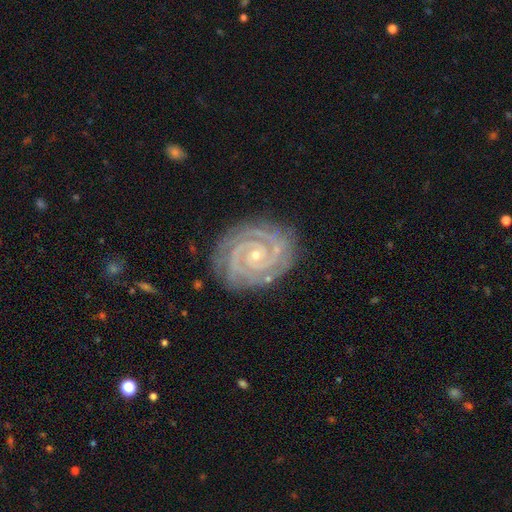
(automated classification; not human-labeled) Overall: featured or disk (93%). Edge-on disk: no (98%). Bar: no (70%). Spiral arms: yes (99%). Spiral arm count: 2 (70%). Spiral winding: tight (85%). Bulge size: small (80%). Merging: none (82%).